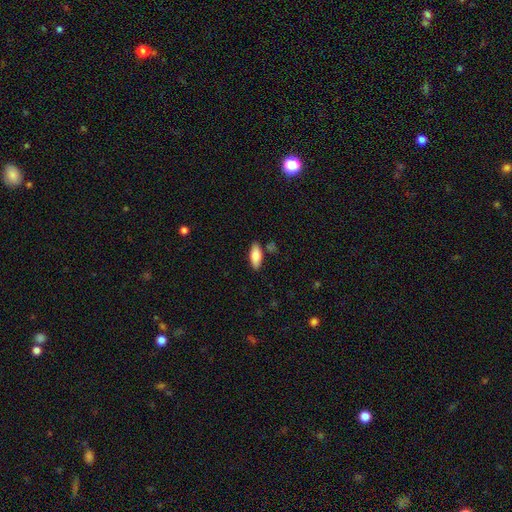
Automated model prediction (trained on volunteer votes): smooth_or_featured: smooth (p=0.81) [alt: featured or disk p=0.13]
how_rounded: in between (p=0.79) [alt: cigar-shaped p=0.19]
merging: none (p=0.82) [alt: minor disturbance p=0.12]